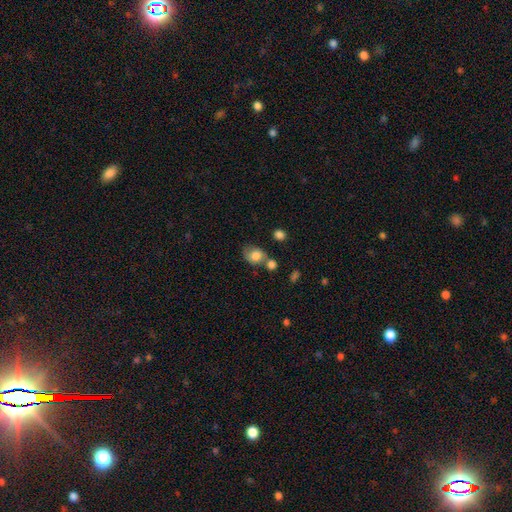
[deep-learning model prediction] smooth-or-featured: smooth: 73% | featured or disk: 18% | star or artifact: 9%
  how-rounded: round: 51% | in between: 48% | cigar-shaped: 1%
  merging: none: 47% | merger: 25% | minor disturbance: 20% | major disturbance: 8%